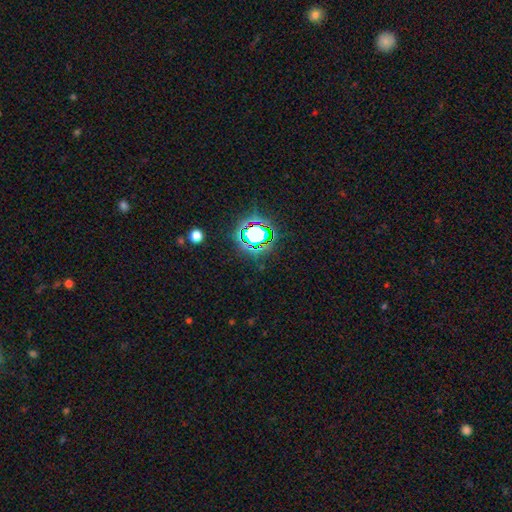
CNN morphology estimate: Smooth or featured? Predicted: star or artifact (p=0.78).